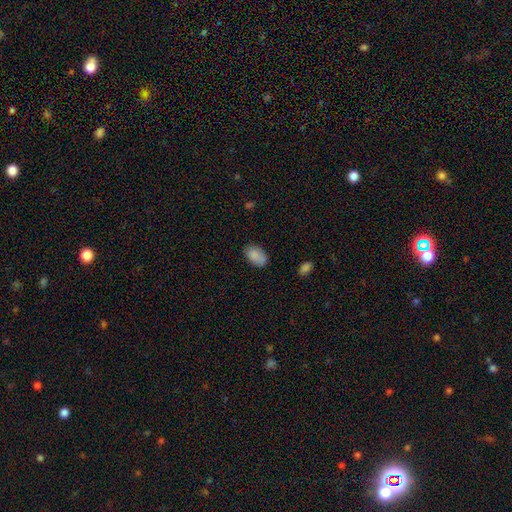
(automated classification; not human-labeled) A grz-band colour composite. It shows a smooth galaxy with no disk features (85%) that is in between round and cigar-shaped (89%). Merging: none (72%).